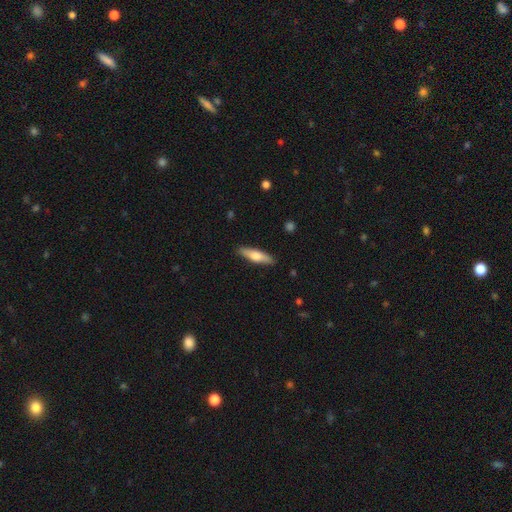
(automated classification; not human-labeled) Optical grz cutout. It shows a smooth galaxy with no disk features (59%) that is cigar-shaped (69%). Merging: none (88%).